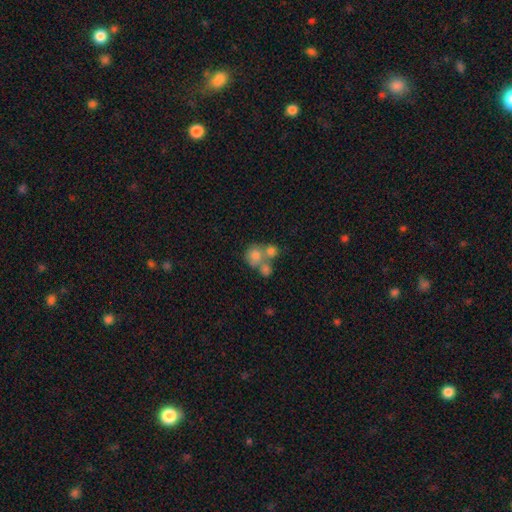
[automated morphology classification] Smooth or featured? Predicted: smooth (p=0.71). How rounded? Predicted: round (p=0.80). Merging? Predicted: merger (p=0.52).